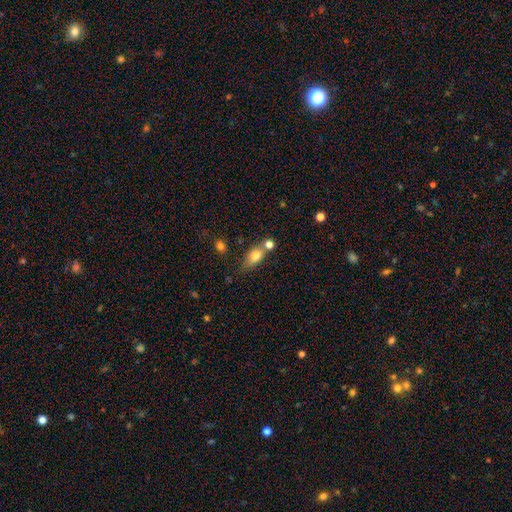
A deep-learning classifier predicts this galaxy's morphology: A smooth galaxy with no disk features (76%) that is in between round and cigar-shaped (76%).

Vote fractions:
- Smooth or featured? smooth: 76% / featured or disk: 15% / star or artifact: 9%
- How rounded? in between: 76% / round: 14% / cigar-shaped: 10%
- Merging? none: 49% / merger: 29% / minor disturbance: 16% / major disturbance: 6%